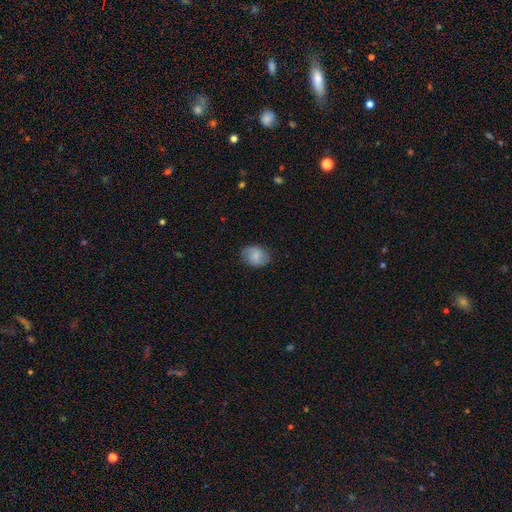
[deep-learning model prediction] Smooth or featured? Predicted: smooth (p=0.71). How rounded? Predicted: in between (p=0.56). Merging? Predicted: none (p=0.75).